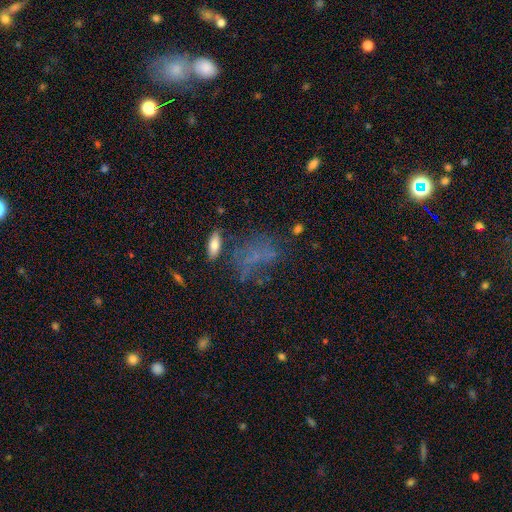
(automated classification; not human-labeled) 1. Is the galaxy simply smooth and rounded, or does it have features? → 37% smooth, 32% featured or disk, 31% star or artifact.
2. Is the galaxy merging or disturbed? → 41% none, 28% major disturbance, 19% minor disturbance, 12% merger.